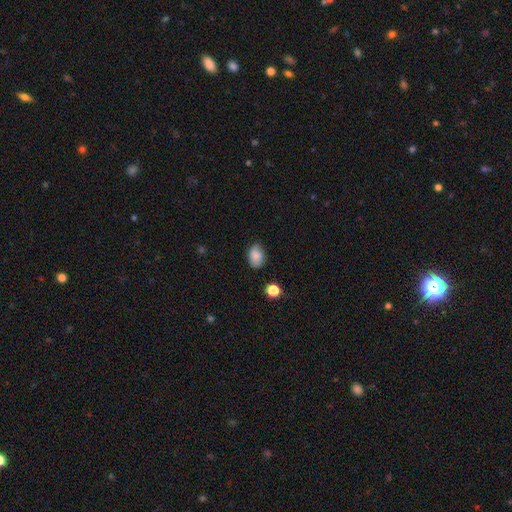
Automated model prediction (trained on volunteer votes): Overall: smooth (85%). How rounded: in between (76%). Merging: none (76%).